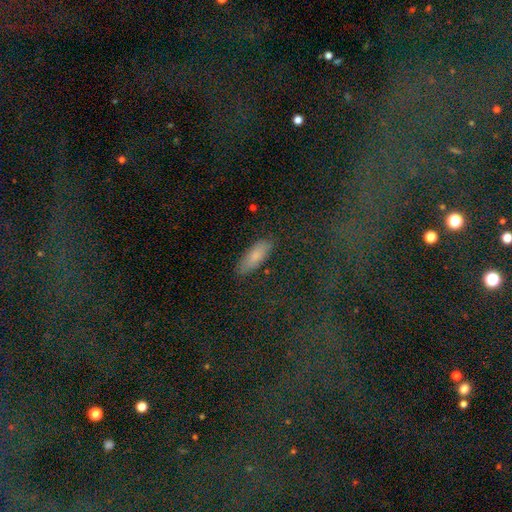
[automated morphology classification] Smooth or featured?
  - smooth: 77% *
  - featured or disk: 13%
  - star or artifact: 10%
How rounded?
  - in between: 65% *
  - cigar-shaped: 33%
  - round: 2%
Merging?
  - none: 84% *
  - minor disturbance: 12%
  - major disturbance: 3%
  - merger: 1%